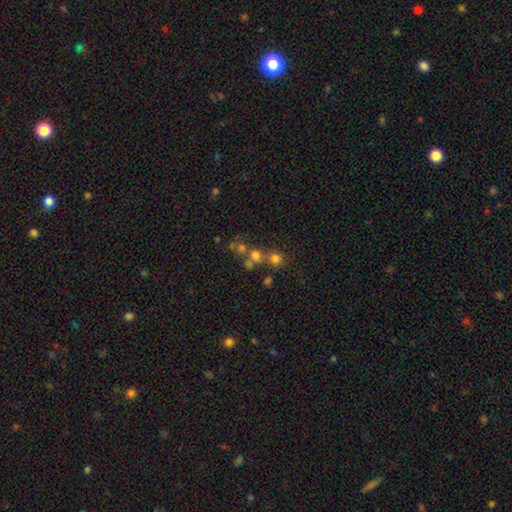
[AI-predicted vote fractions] A smooth galaxy with no disk features (60%) that is round (88%). Merging: none (50%).